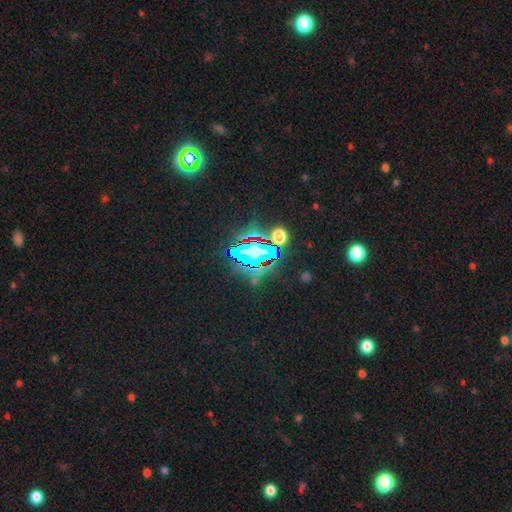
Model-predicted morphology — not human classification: Smooth or featured? Predicted: star or artifact (p=0.76).